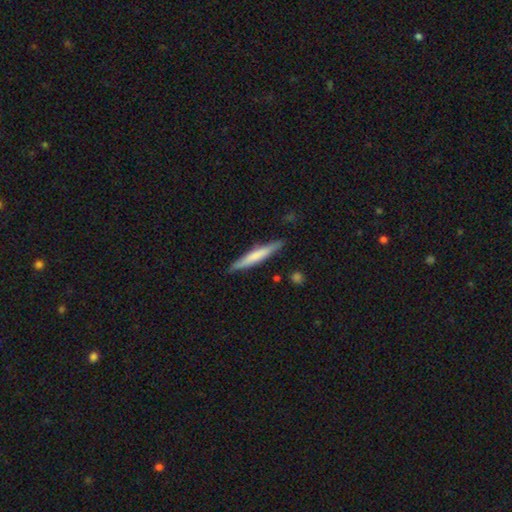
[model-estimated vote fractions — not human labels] A smooth galaxy with no disk features (61%) that is cigar-shaped (94%). Merging: none (87%).